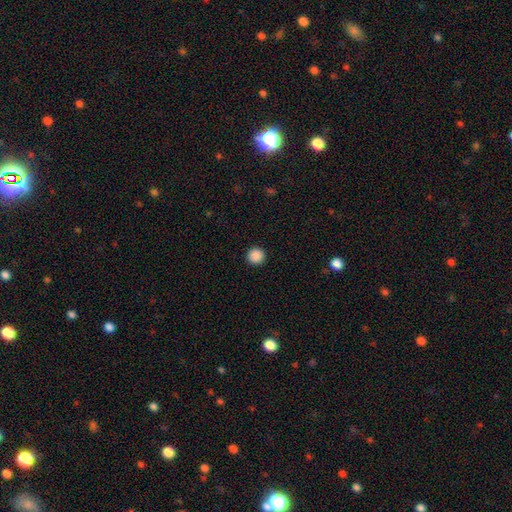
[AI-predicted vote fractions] smooth_or_featured: smooth (p=0.88) [alt: star or artifact p=0.09]
how_rounded: round (p=0.96) [alt: in between p=0.03]
merging: none (p=0.93) [alt: minor disturbance p=0.04]